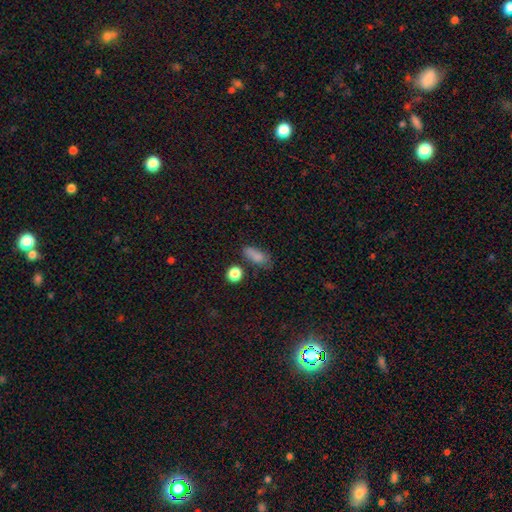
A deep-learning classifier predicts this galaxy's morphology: smooth 80%, star or artifact 12%, featured or disk 8%. Down the decision tree: how rounded — in between (75%); merging — none (54%).